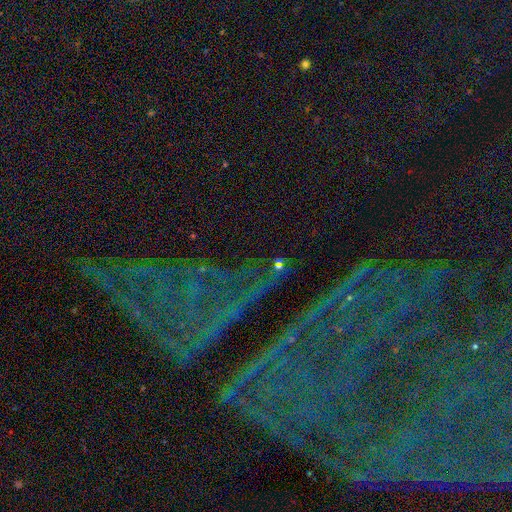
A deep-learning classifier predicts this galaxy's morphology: star or artifact 79%, featured or disk 11%, smooth 10%.